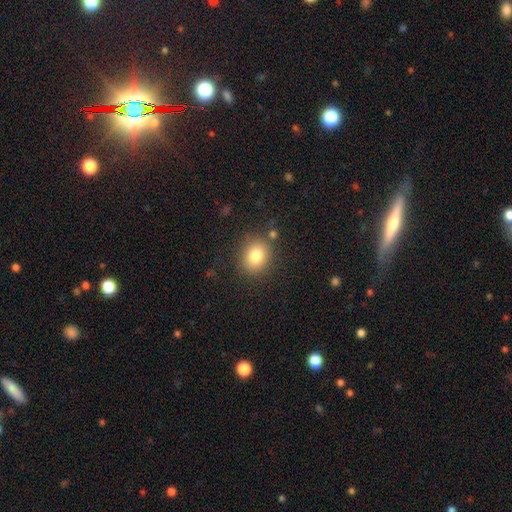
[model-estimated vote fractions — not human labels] Smooth or featured?
  - smooth: 81% *
  - star or artifact: 11%
  - featured or disk: 9%
How rounded?
  - round: 64% *
  - in between: 35%
  - cigar-shaped: 1%
Merging?
  - none: 82% *
  - minor disturbance: 10%
  - major disturbance: 4%
  - merger: 4%